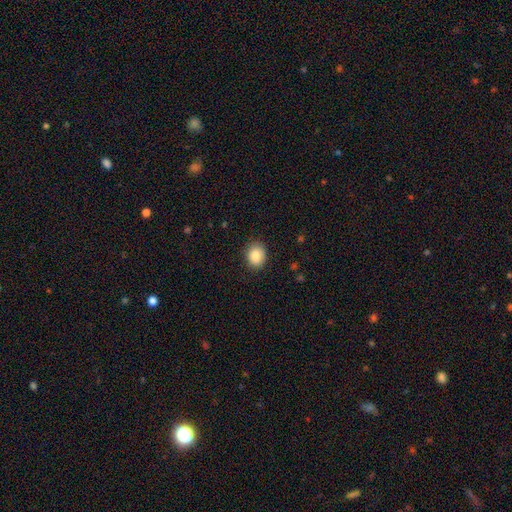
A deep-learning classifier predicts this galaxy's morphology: The model was most divided on "how rounded": round: 57%, in between: 42%, cigar-shaped: 1%. More confident: smooth or featured — smooth (87%); merging — none (85%).